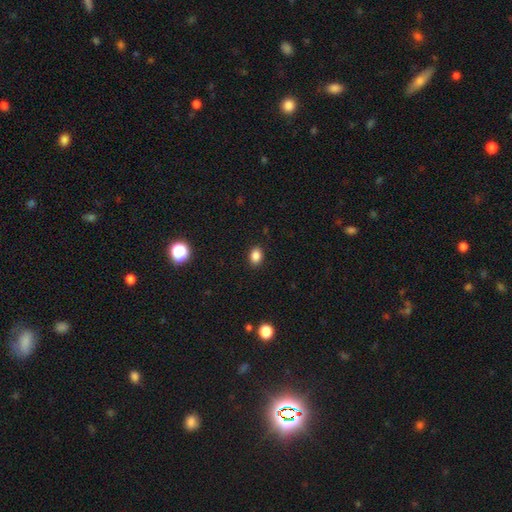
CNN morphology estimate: smooth 86%, star or artifact 11%, featured or disk 4%. Down the decision tree: how rounded — in between (71%); merging — none (89%).